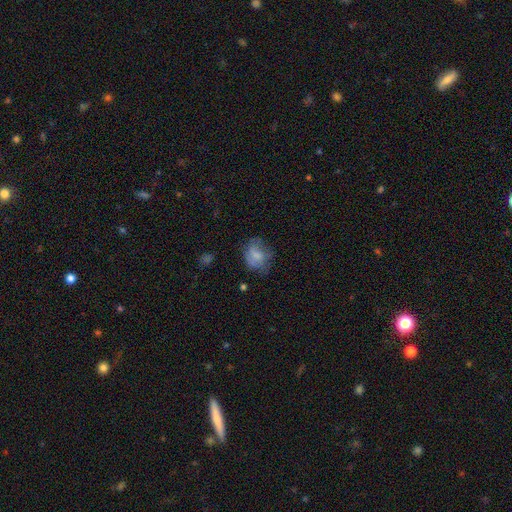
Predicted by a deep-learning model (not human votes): A smooth galaxy with no disk features (62%) that is in between round and cigar-shaped (50%).

Vote fractions:
- Smooth or featured? smooth: 62% / featured or disk: 27% / star or artifact: 10%
- How rounded? in between: 50% / round: 49% / cigar-shaped: 1%
- Merging? none: 51% / minor disturbance: 27% / major disturbance: 20% / merger: 2%